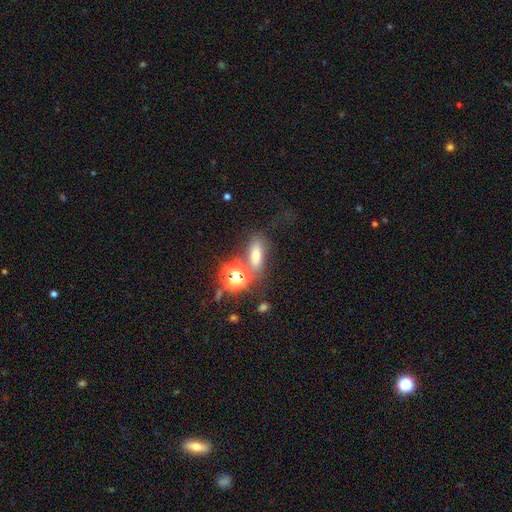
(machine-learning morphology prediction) Smooth or featured?
  - smooth: 57% *
  - star or artifact: 27%
  - featured or disk: 16%
How rounded?
  - in between: 59% *
  - round: 21%
  - cigar-shaped: 20%
Merging?
  - none: 61% *
  - merger: 19%
  - minor disturbance: 13%
  - major disturbance: 7%